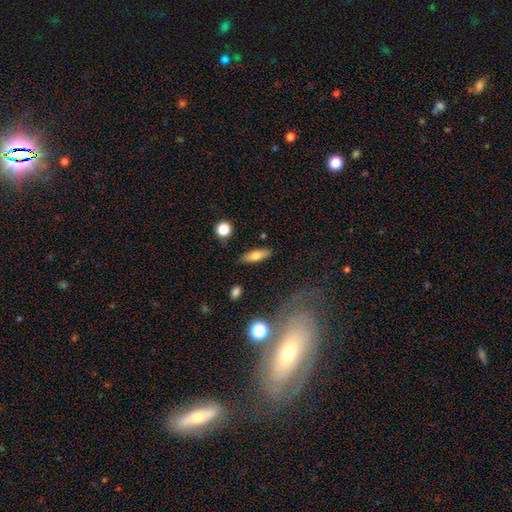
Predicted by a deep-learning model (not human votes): Q: Smooth or featured?
A: smooth (72%); runner-up: featured or disk (21%)
Q: How rounded?
A: in between (58%); runner-up: cigar-shaped (39%)
Q: Merging?
A: none (85%); runner-up: minor disturbance (10%)